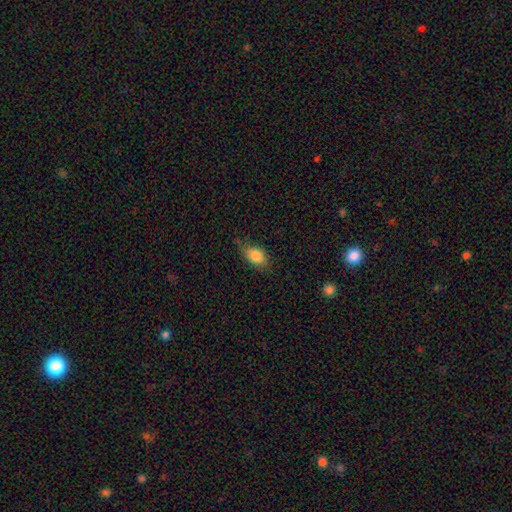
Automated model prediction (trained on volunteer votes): smooth-or-featured: smooth: 83% | featured or disk: 9% | star or artifact: 8%
  how-rounded: in between: 83% | round: 13% | cigar-shaped: 3%
  merging: none: 66% | minor disturbance: 26% | major disturbance: 6% | merger: 2%